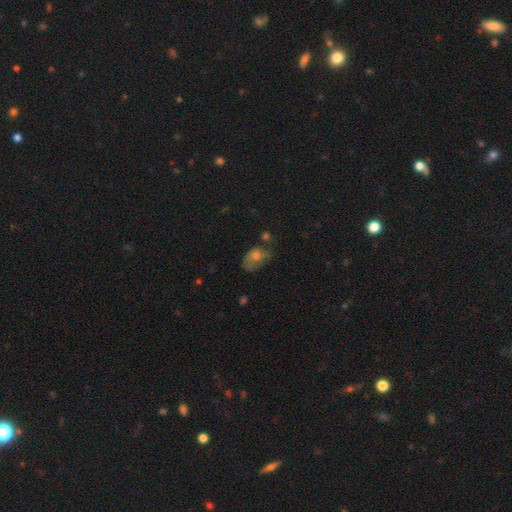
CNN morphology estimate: smooth-or-featured: smooth: 56% | featured or disk: 30% | star or artifact: 14%
  how-rounded: in between: 79% | round: 20% | cigar-shaped: 2%
  merging: none: 35% | minor disturbance: 33% | major disturbance: 26% | merger: 6%